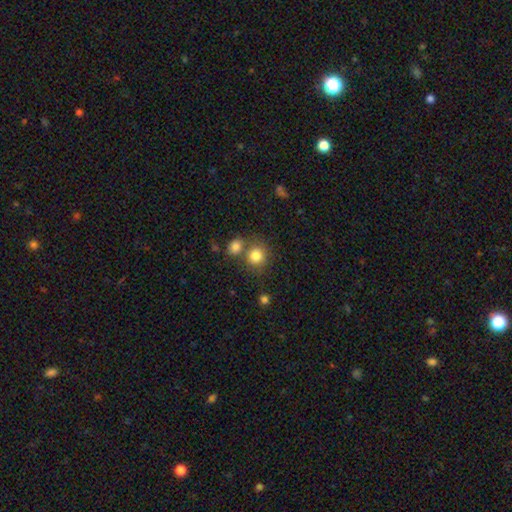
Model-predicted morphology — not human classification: Smooth or featured? Predicted: smooth (p=0.82). How rounded? Predicted: round (p=0.86). Merging? Predicted: none (p=0.61).